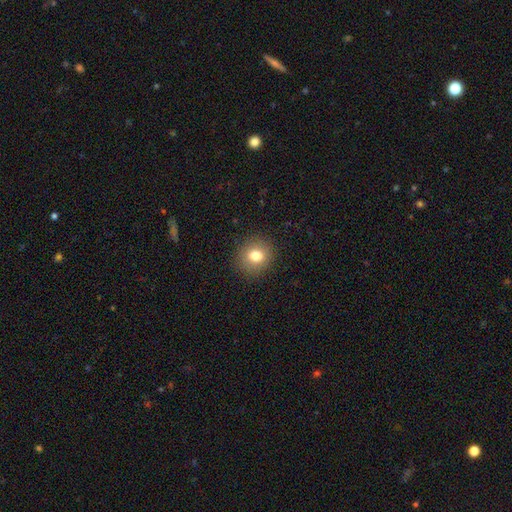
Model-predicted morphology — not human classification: type=smooth (79%); roundness=round (81%); merging=none (89%).